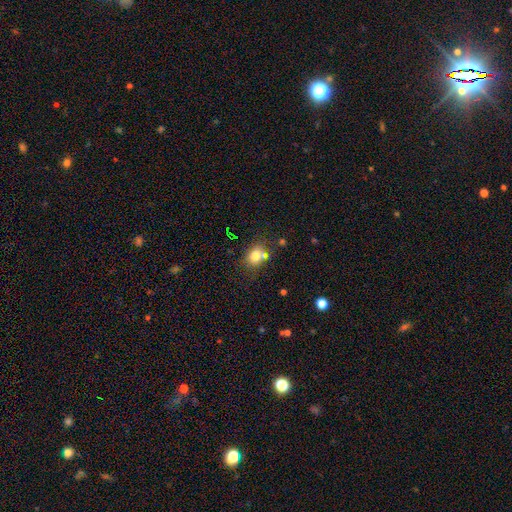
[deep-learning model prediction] Smooth or featured?
  - smooth: 75% *
  - star or artifact: 13%
  - featured or disk: 12%
How rounded?
  - round: 50% *
  - in between: 49%
  - cigar-shaped: 1%
Merging?
  - none: 61% *
  - merger: 19%
  - minor disturbance: 15%
  - major disturbance: 5%